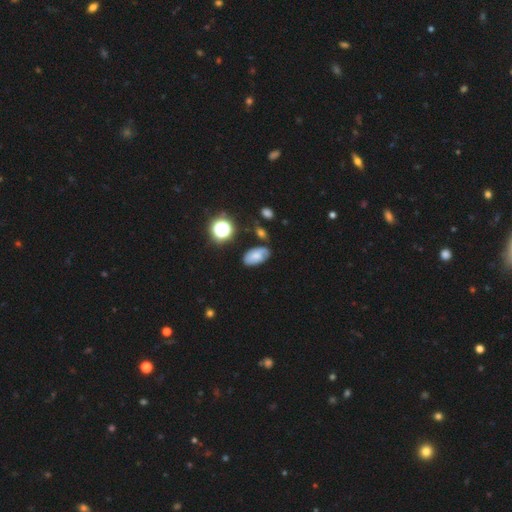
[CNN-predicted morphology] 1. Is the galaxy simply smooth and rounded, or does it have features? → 55% smooth, 32% featured or disk, 13% star or artifact.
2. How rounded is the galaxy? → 91% in between, 8% round, 2% cigar-shaped.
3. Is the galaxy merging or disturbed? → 64% none, 24% minor disturbance, 8% major disturbance, 5% merger.